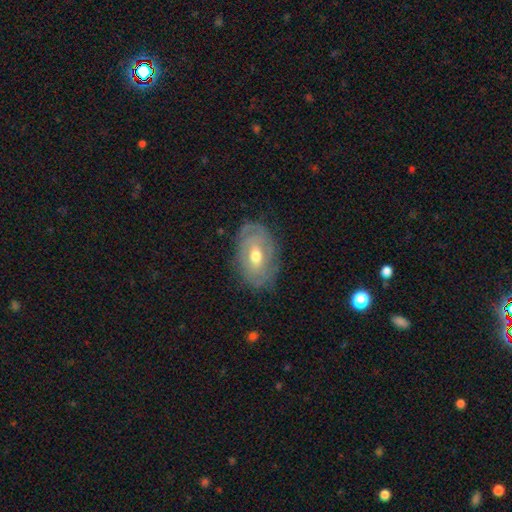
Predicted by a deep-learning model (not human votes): The model was most divided on "bar": no: 50%, weak: 39%, strong: 11%. More confident: edge-on disk — no (92%); merging — none (75%); bulge size — moderate (71%); spiral arms — yes (66%); smooth or featured — featured or disk (65%).